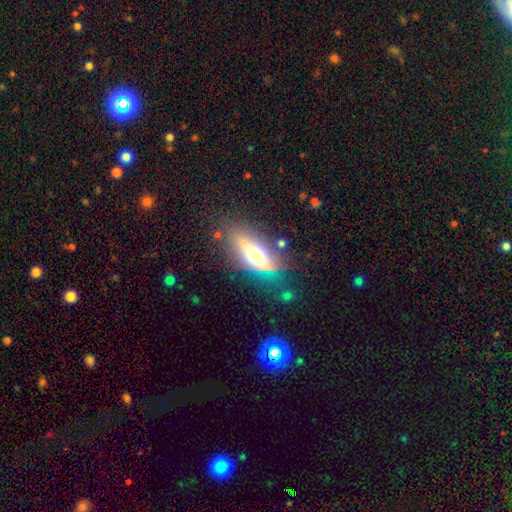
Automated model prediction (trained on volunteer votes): smooth 49%, featured or disk 39%, star or artifact 11%. Down the decision tree: merging — none (66%).